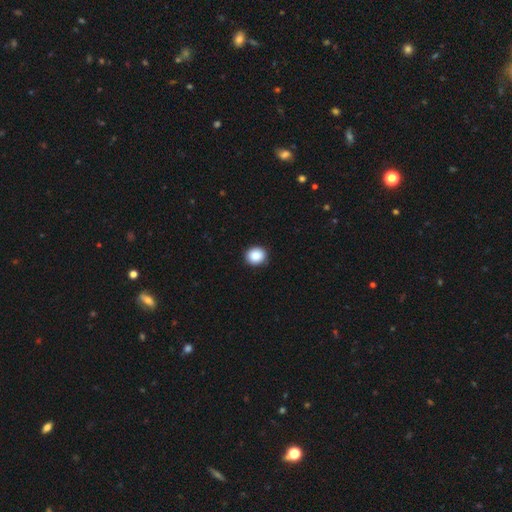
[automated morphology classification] Smooth or featured? smooth (88%)
How rounded? round (85%)
Merging? none (91%)